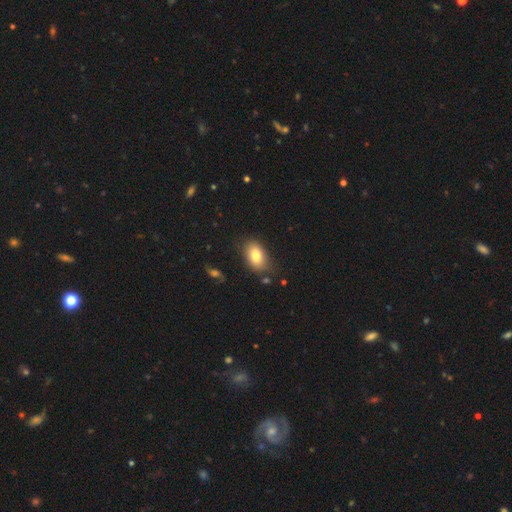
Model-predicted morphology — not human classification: Overall: smooth (80%). How rounded: in between (89%). Merging: none (78%).